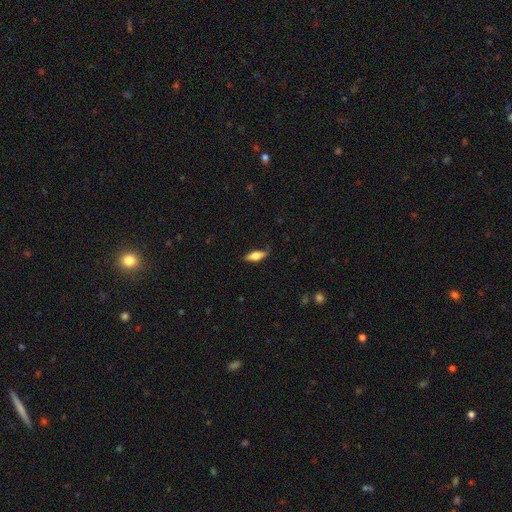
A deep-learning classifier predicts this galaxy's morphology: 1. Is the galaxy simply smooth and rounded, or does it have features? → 63% smooth, 31% featured or disk, 6% star or artifact.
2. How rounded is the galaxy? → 68% in between, 29% cigar-shaped, 3% round.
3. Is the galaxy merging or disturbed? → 71% none, 22% minor disturbance, 5% major disturbance, 1% merger.